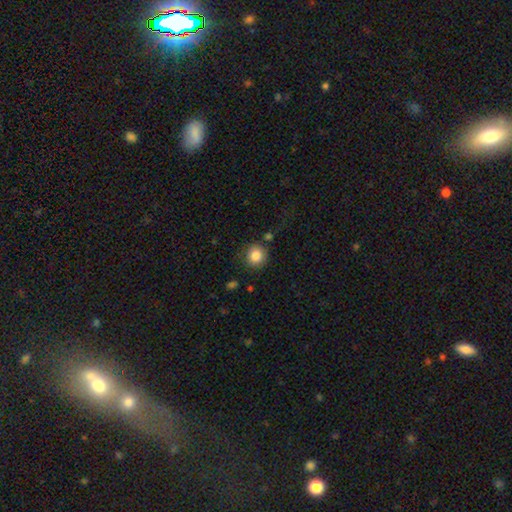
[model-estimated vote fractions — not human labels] smooth_or_featured: smooth (p=0.85) [alt: star or artifact p=0.09]
how_rounded: round (p=0.90) [alt: in between p=0.09]
merging: none (p=0.84) [alt: minor disturbance p=0.10]